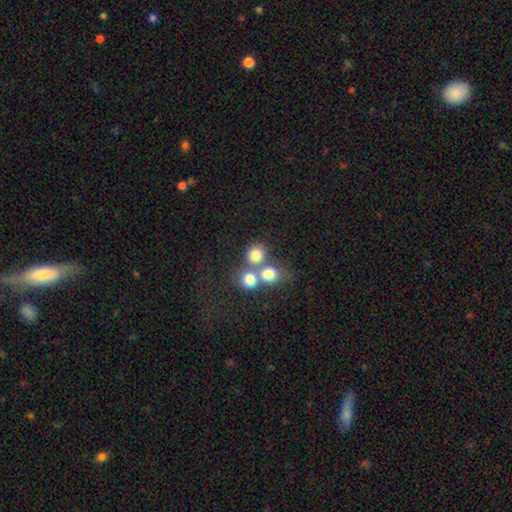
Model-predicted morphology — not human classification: Q: Smooth or featured?
A: smooth (76%); runner-up: star or artifact (13%)
Q: How rounded?
A: round (77%); runner-up: in between (21%)
Q: Merging?
A: none (45%); runner-up: merger (44%)